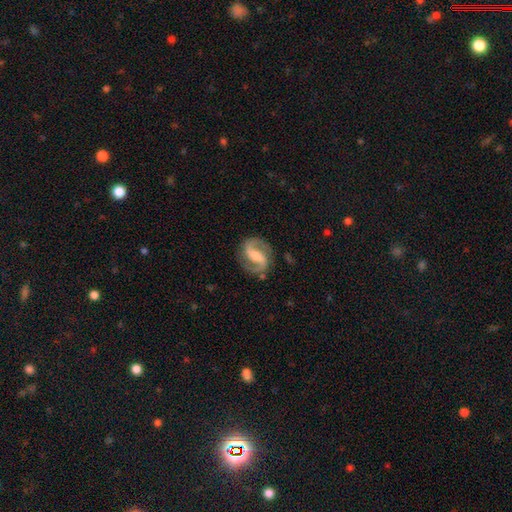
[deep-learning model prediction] Morphology: type=featured or disk (89%); edge-on=no (98%); bar=strong (45%); spiral arms=yes (97%); winding=medium (56%); arm count=2 (94%); bulge=moderate (44%); merging=none (83%).